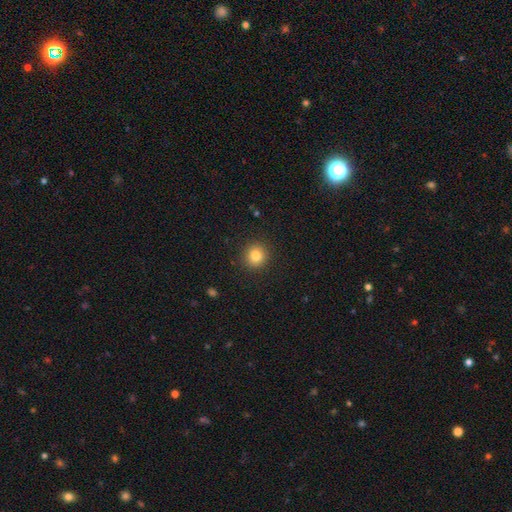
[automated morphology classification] This appears to be a smooth galaxy with no disk features (83%) that is round (90%). Merging: none (91%).